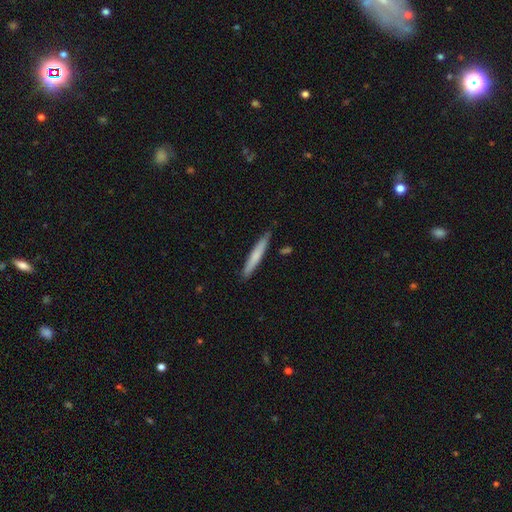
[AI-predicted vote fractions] Smooth or featured? Predicted: smooth (p=0.69). How rounded? Predicted: cigar-shaped (p=0.95). Merging? Predicted: none (p=0.87).